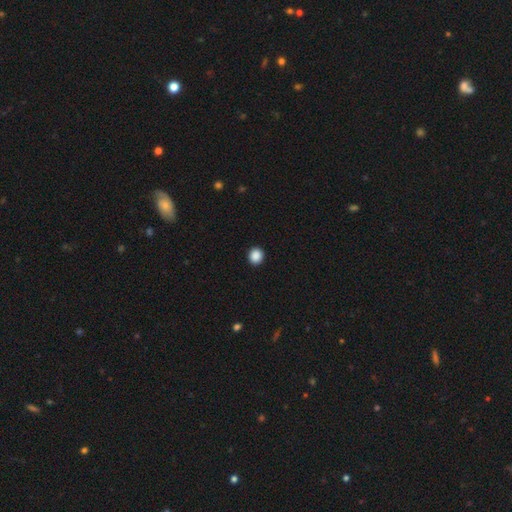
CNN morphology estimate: Overall: smooth (89%). How rounded: round (87%). Merging: none (93%).